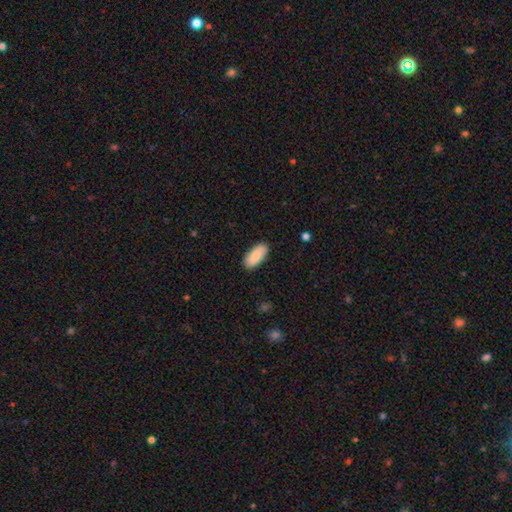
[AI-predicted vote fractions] smooth-or-featured: smooth: 86% | featured or disk: 8% | star or artifact: 6%
  how-rounded: in between: 90% | cigar-shaped: 8% | round: 2%
  merging: none: 89% | minor disturbance: 9% | major disturbance: 2% | merger: 1%